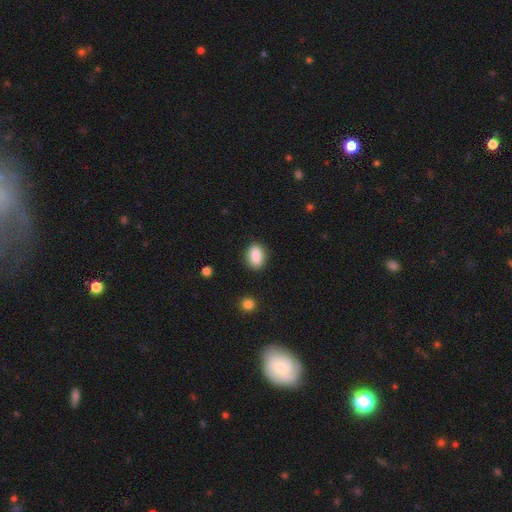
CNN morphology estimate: Smooth or featured?
  - smooth: 88% *
  - star or artifact: 8%
  - featured or disk: 5%
How rounded?
  - in between: 82% *
  - round: 16%
  - cigar-shaped: 2%
Merging?
  - none: 85% *
  - minor disturbance: 10%
  - major disturbance: 3%
  - merger: 2%